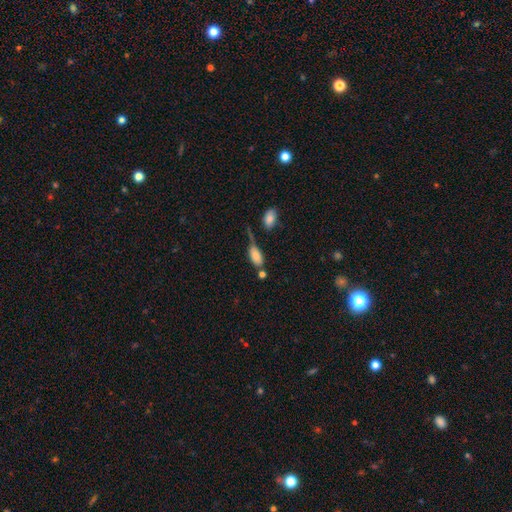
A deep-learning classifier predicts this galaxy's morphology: Overall: smooth (81%). How rounded: in between (90%). Merging: none (34%; merger 26%).